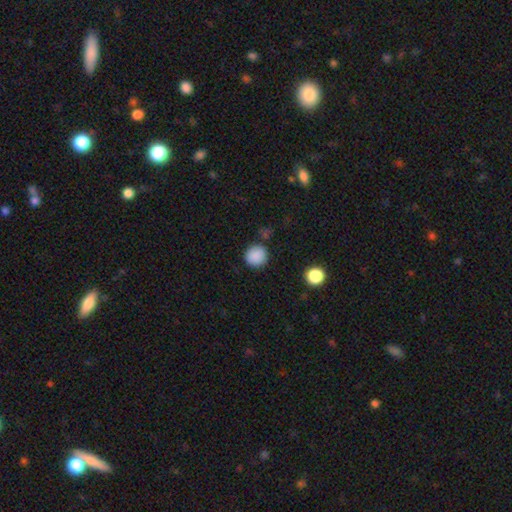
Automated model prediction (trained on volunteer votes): Morphology: type=smooth (88%); roundness=round (92%); merging=none (86%).